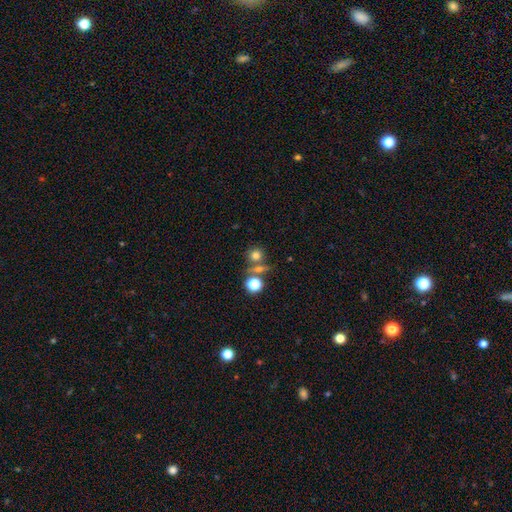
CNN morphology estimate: This appears to be a smooth galaxy with no disk features (71%) that is round (87%). Merging: none (60%).